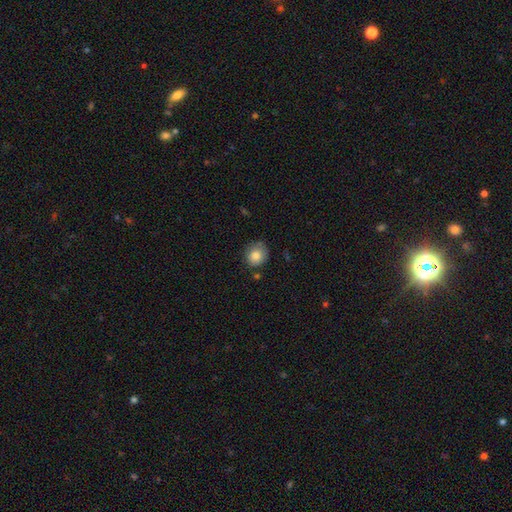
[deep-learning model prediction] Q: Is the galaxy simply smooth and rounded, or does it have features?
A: smooth — 82%.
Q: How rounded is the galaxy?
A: round — 83%.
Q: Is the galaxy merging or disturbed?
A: none — 74%.